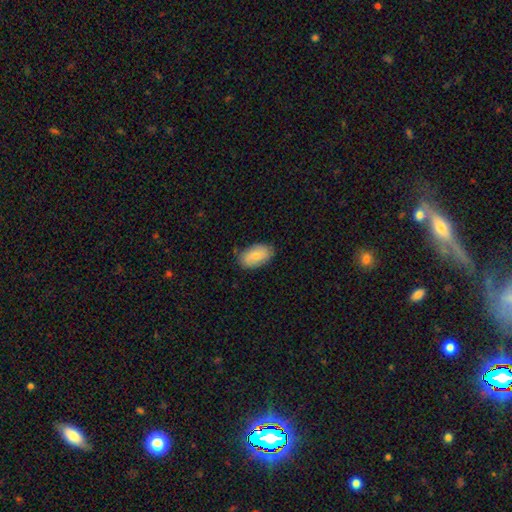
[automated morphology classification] smooth_or_featured: smooth (p=0.74) [alt: featured or disk p=0.19]
how_rounded: in between (p=0.93) [alt: round p=0.05]
merging: none (p=0.80) [alt: minor disturbance p=0.16]